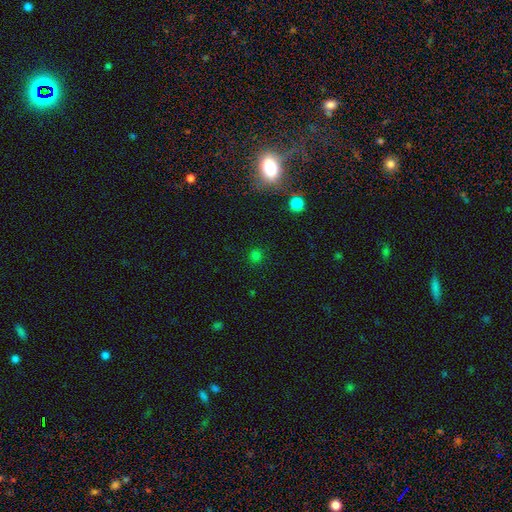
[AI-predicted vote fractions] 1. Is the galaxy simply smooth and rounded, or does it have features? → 71% smooth, 24% star or artifact, 4% featured or disk.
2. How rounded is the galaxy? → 91% round, 8% in between, 1% cigar-shaped.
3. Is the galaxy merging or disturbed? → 88% none, 7% minor disturbance, 3% major disturbance, 2% merger.